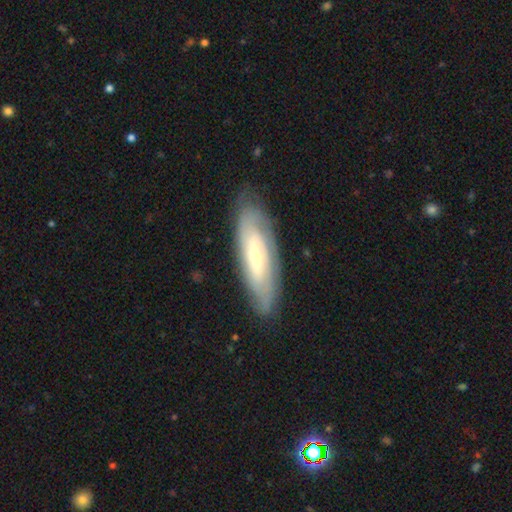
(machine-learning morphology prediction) A featured or disk galaxy (66%).

Vote fractions:
- Smooth or featured? featured or disk: 66% / smooth: 28% / star or artifact: 6%
- Edge-on disk? no: 73% / yes: 27%
- Merging? none: 80% / minor disturbance: 15% / major disturbance: 4% / merger: 1%